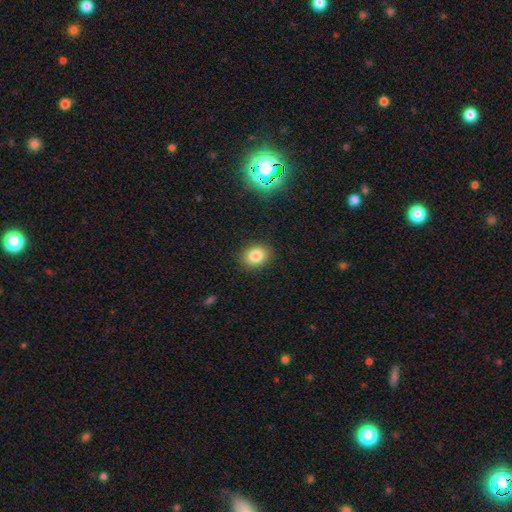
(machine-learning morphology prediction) The model was most divided on "how rounded": in between: 57%, round: 42%, cigar-shaped: 1%. More confident: merging — none (87%); smooth or featured — smooth (83%).